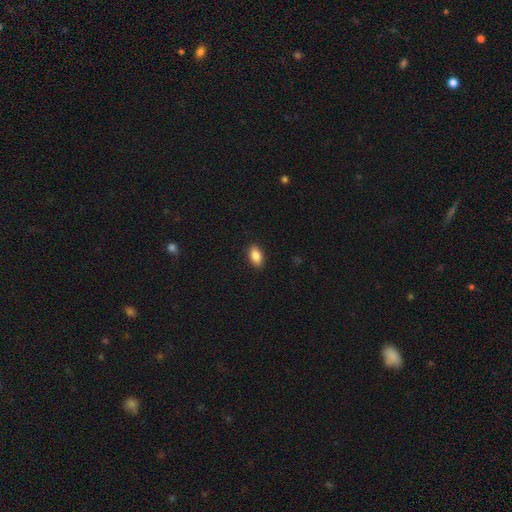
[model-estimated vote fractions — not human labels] Smooth or featured? Predicted: smooth (p=0.87). How rounded? Predicted: in between (p=0.91). Merging? Predicted: none (p=0.90).